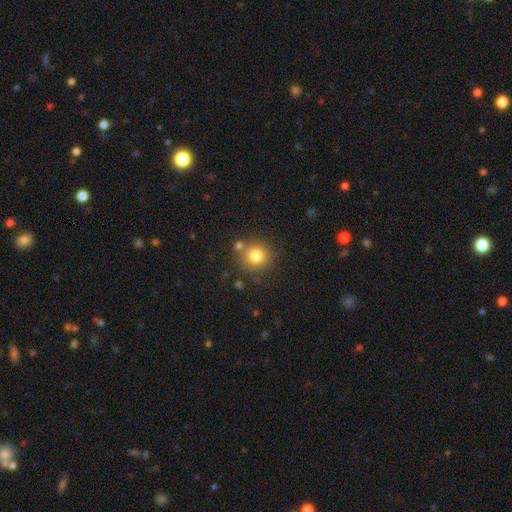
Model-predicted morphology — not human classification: Smooth or featured: smooth — 79% (star or artifact — 12%)
How rounded: round — 92% (in between — 7%)
Merging: none — 78% (merger — 9%)